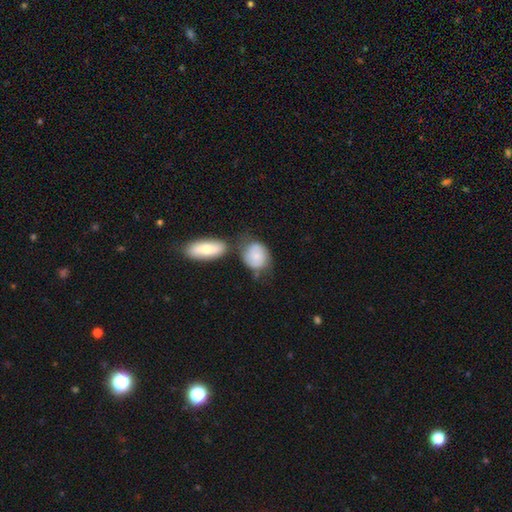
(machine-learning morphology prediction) Q: Smooth or featured?
A: smooth (70%); runner-up: featured or disk (23%)
Q: How rounded?
A: in between (53%); runner-up: round (45%)
Q: Merging?
A: none (47%); runner-up: merger (25%)